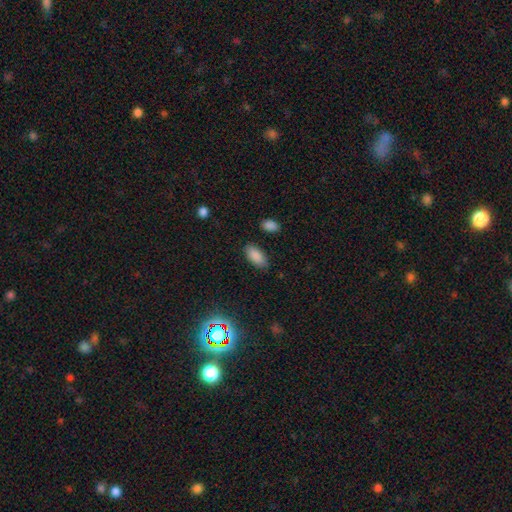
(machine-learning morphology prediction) type=smooth (87%); roundness=in between (92%); merging=none (83%).